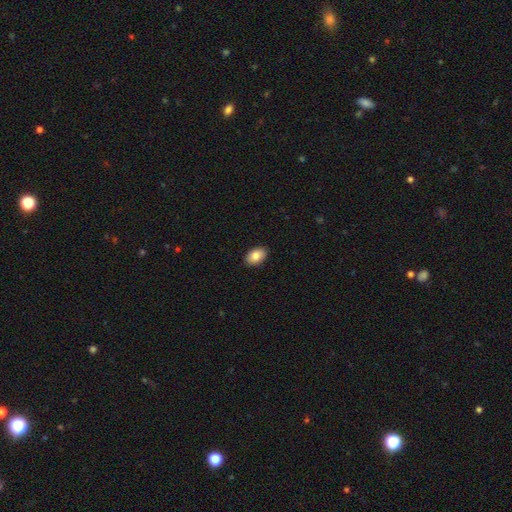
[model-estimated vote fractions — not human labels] Smooth or featured?
  - smooth: 84% *
  - featured or disk: 9%
  - star or artifact: 7%
How rounded?
  - in between: 90% *
  - round: 9%
  - cigar-shaped: 1%
Merging?
  - none: 90% *
  - minor disturbance: 7%
  - major disturbance: 2%
  - merger: 1%